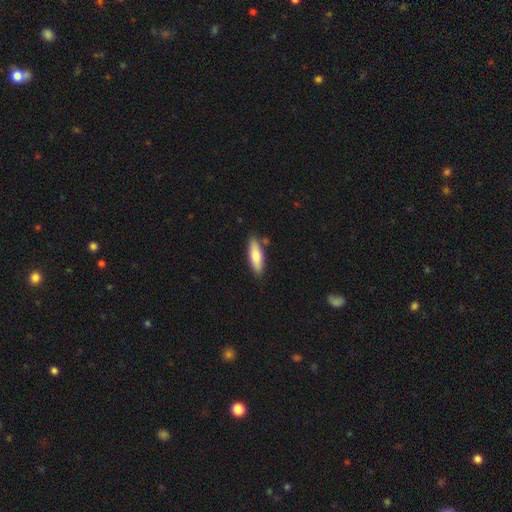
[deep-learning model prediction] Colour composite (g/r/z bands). It shows a smooth galaxy with no disk features (73%) that is cigar-shaped (52%). Merging: none (82%).